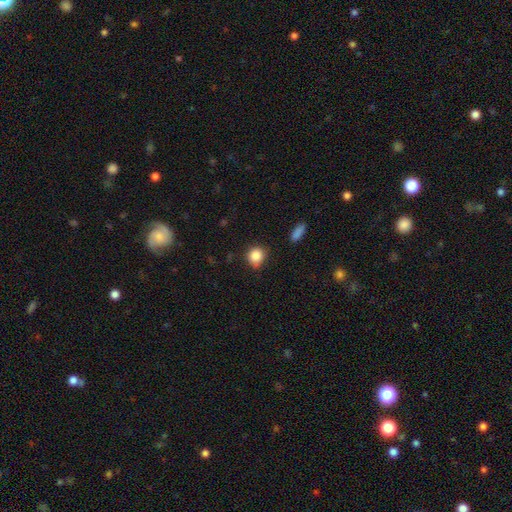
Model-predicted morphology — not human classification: Overall: smooth (86%). How rounded: round (81%). Merging: none (76%).